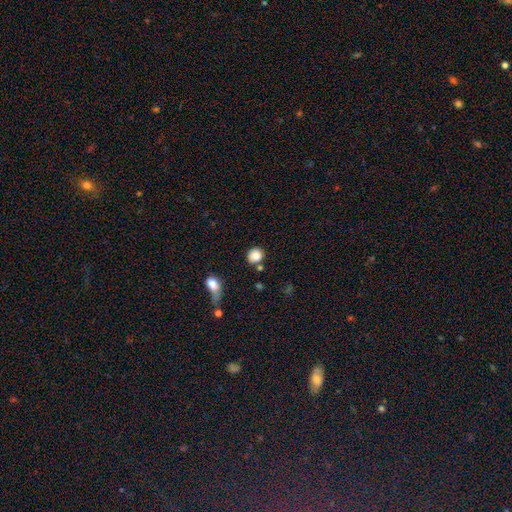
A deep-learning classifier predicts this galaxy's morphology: Q: Smooth or featured?
A: smooth (84%); runner-up: star or artifact (9%)
Q: How rounded?
A: round (83%); runner-up: in between (16%)
Q: Merging?
A: none (73%); runner-up: minor disturbance (12%)